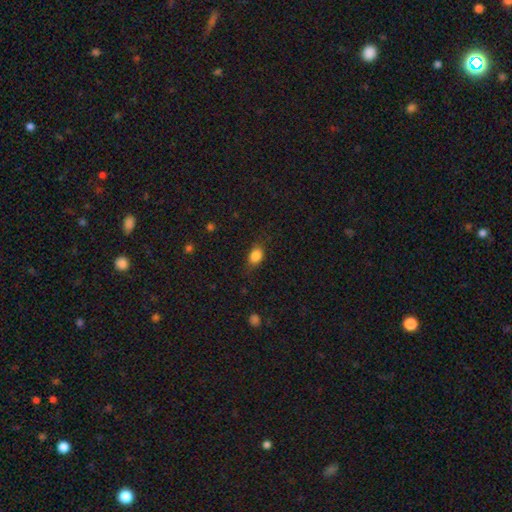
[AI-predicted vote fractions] Q: Smooth or featured?
A: smooth (84%); runner-up: star or artifact (10%)
Q: How rounded?
A: in between (72%); runner-up: round (25%)
Q: Merging?
A: none (76%); runner-up: minor disturbance (18%)